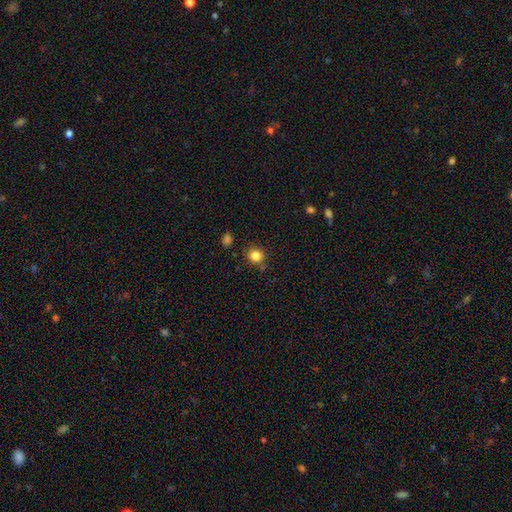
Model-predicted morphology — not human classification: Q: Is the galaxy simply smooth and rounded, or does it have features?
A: smooth — 83%.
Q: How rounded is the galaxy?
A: round — 88%.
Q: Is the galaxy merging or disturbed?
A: none — 84%.